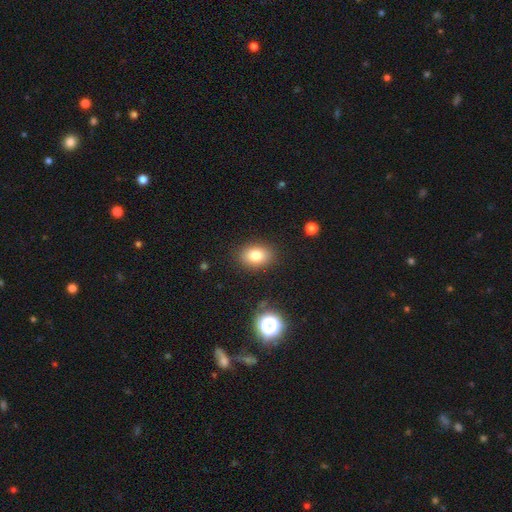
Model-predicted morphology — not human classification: This is clearly a smooth galaxy (81%). How rounded: likely in between (73%). Merging: clearly none (87%).